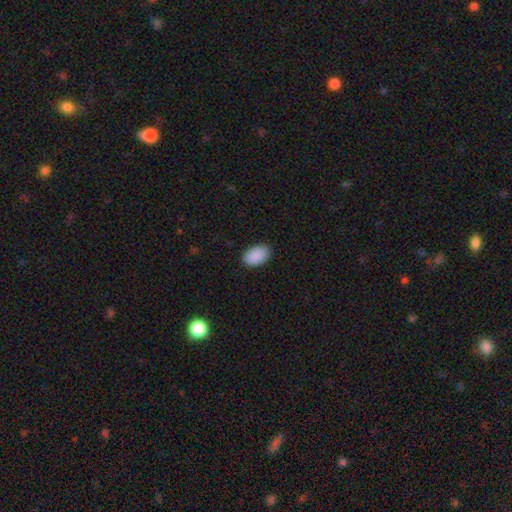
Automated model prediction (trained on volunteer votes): Morphology: type=smooth (91%); roundness=in between (93%); merging=none (88%).